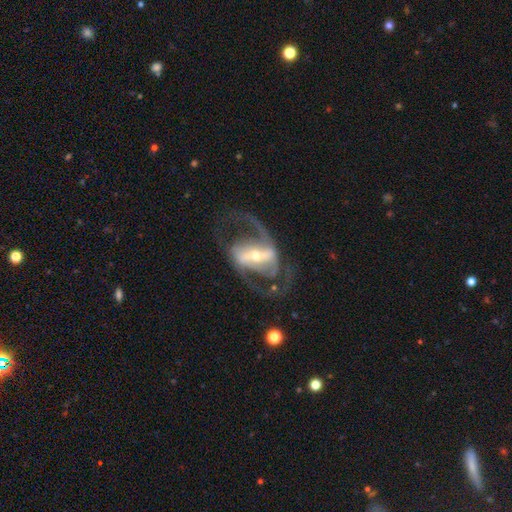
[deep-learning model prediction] Overall: featured or disk (89%). Edge-on disk: no (95%). Bar: strong (68%). Spiral arms: yes (90%). Spiral arm count: 2 (90%). Spiral winding: medium (53%; loose 34%). Bulge size: small (54%; moderate 39%). Merging: none (66%).